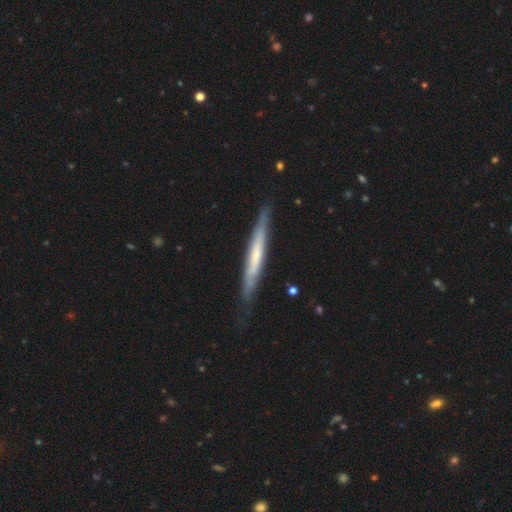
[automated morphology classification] This appears to be a featured or disk galaxy (55%) viewed edge-on (87%). Merging: none (76%).